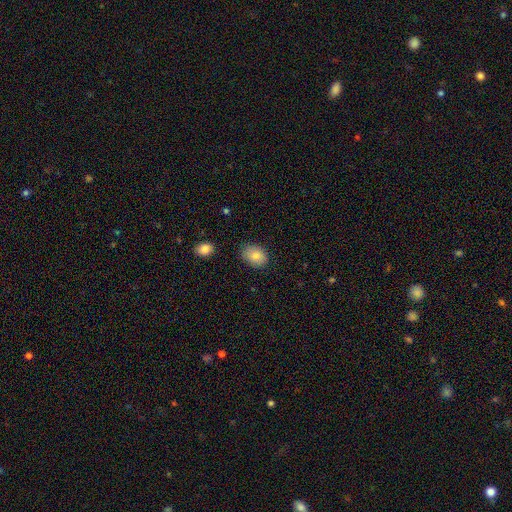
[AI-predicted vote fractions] Q: Smooth or featured?
A: smooth (83%); runner-up: featured or disk (9%)
Q: How rounded?
A: in between (70%); runner-up: round (29%)
Q: Merging?
A: none (81%); runner-up: minor disturbance (15%)